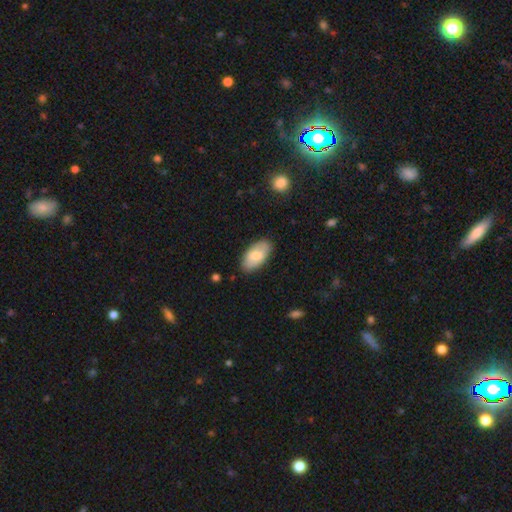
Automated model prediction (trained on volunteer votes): smooth_or_featured: smooth (p=0.71) [alt: featured or disk p=0.23]
how_rounded: in between (p=0.94) [alt: cigar-shaped p=0.03]
merging: none (p=0.85) [alt: minor disturbance p=0.12]